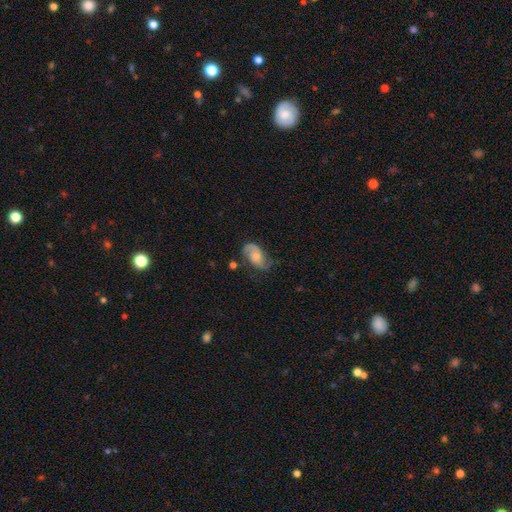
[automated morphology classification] featured or disk 68%, smooth 24%, star or artifact 7%. Down the decision tree: edge-on disk — no (97%); bar — no (63%); spiral arms — yes (93%); spiral arm count — 2 (84%); spiral winding — medium (45%); bulge size — moderate (38%); merging — none (63%).